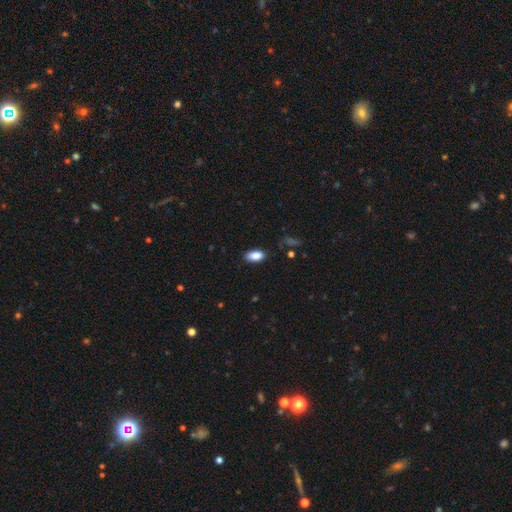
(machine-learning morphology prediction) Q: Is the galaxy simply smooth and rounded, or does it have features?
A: smooth — 88%.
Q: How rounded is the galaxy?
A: in between — 91%.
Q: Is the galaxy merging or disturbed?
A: none — 84%.